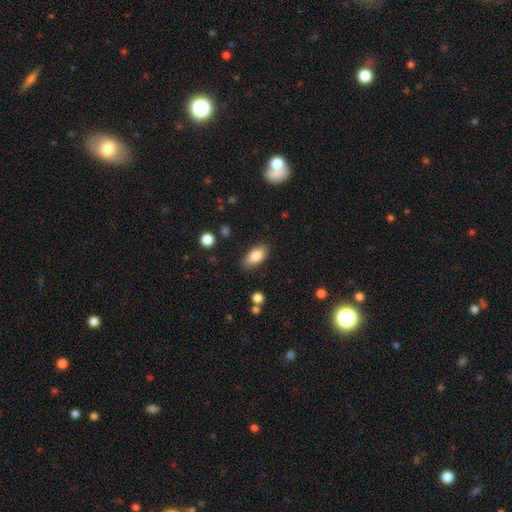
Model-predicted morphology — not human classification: This is clearly a smooth galaxy (85%). How rounded: clearly in between (90%). Merging: clearly none (84%).